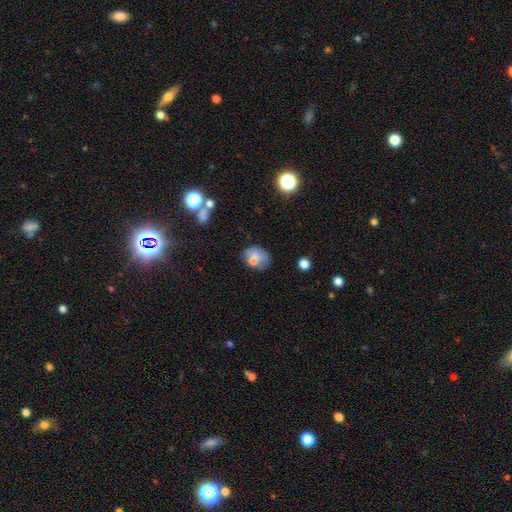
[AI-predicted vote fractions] Smooth or featured: smooth — 67% (featured or disk — 22%)
How rounded: in between — 55% (round — 43%)
Merging: none — 47% (minor disturbance — 26%)